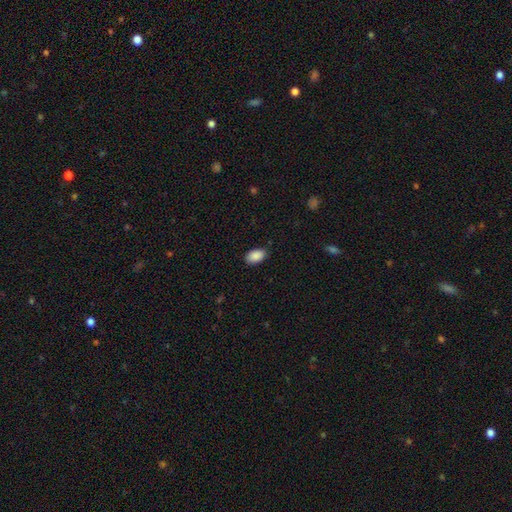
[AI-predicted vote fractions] Q: Smooth or featured?
A: smooth (90%); runner-up: star or artifact (7%)
Q: How rounded?
A: in between (92%); runner-up: round (7%)
Q: Merging?
A: none (87%); runner-up: minor disturbance (10%)